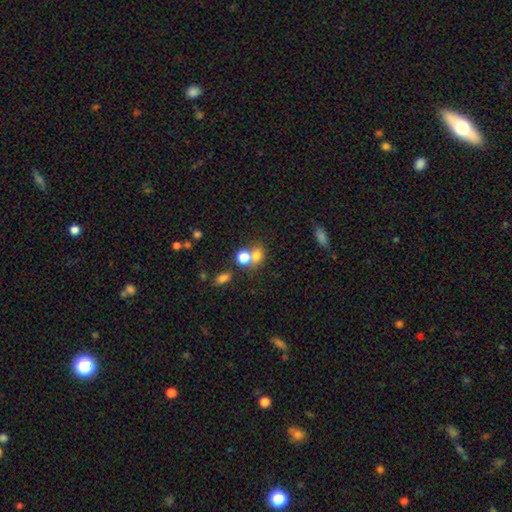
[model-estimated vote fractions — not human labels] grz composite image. It shows a smooth galaxy with no disk features (74%) that is round (61%). Merging: merger (48%).